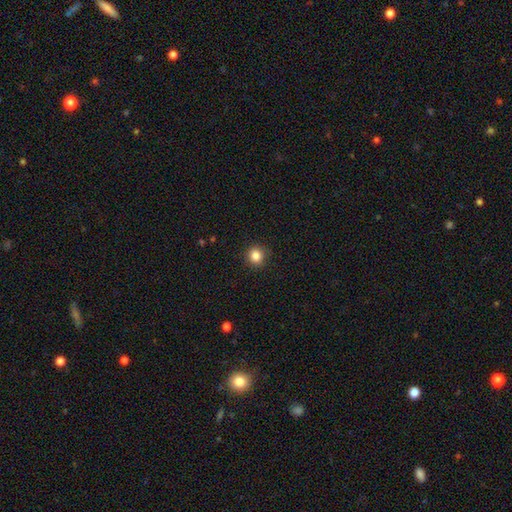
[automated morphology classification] This appears to be a smooth galaxy with no disk features (84%) that is round (90%). Merging: none (90%).